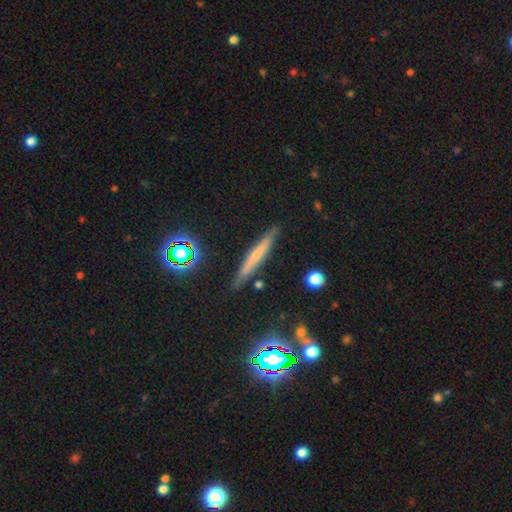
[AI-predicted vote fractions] Smooth or featured: smooth — 49% (featured or disk — 39%)
Merging: none — 86% (minor disturbance — 10%)